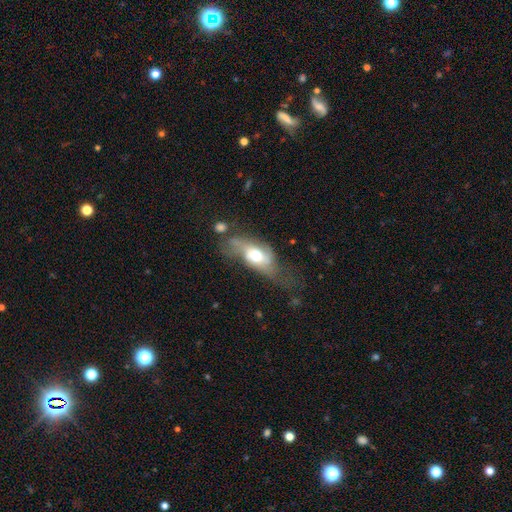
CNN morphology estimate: featured or disk 48%, smooth 44%, star or artifact 8%. Down the decision tree: merging — major disturbance (38%).